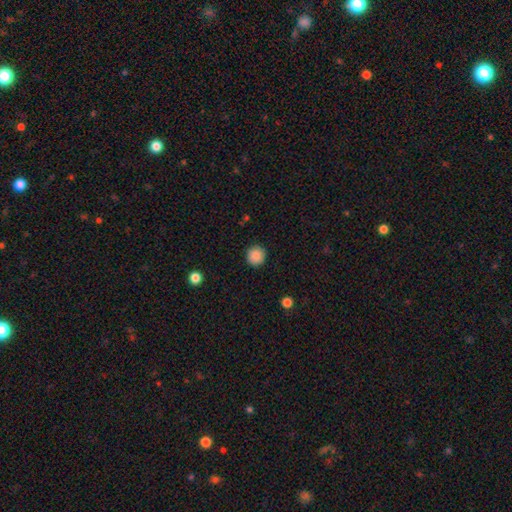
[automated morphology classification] Smooth or featured? smooth (88%)
How rounded? round (94%)
Merging? none (92%)